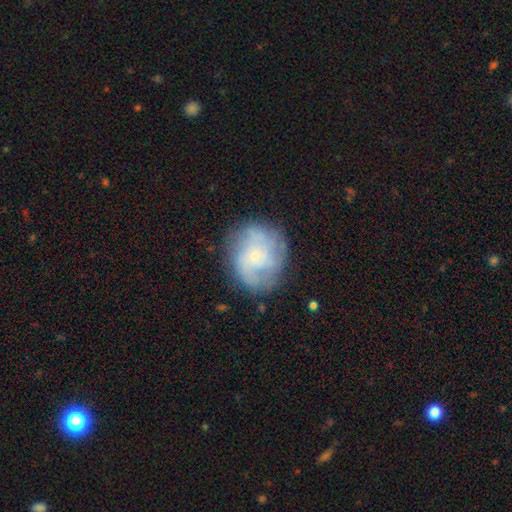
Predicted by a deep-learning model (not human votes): The model was most divided on "spiral winding": tight: 40%, medium: 38%, loose: 21%. Remaining: edge-on disk — no (97%); spiral arms — yes (82%); bulge size — small (79%); bar — no (77%); merging — none (71%); smooth or featured — featured or disk (63%); spiral arm count — can't tell (41%).